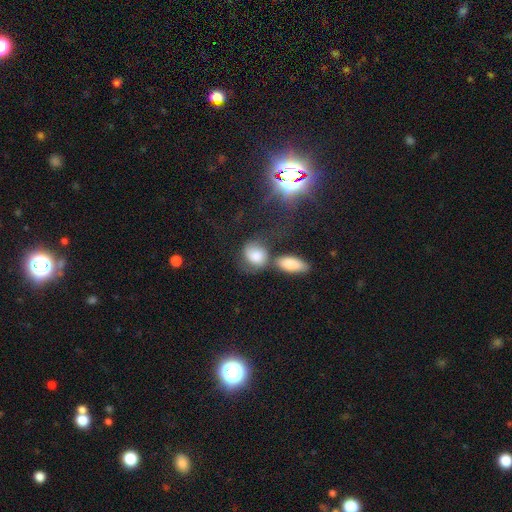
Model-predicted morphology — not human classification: A smooth galaxy with no disk features (70%) that is in between round and cigar-shaped (49%, tied with round).

Vote fractions:
- Smooth or featured? smooth: 70% / featured or disk: 18% / star or artifact: 12%
- How rounded? in between: 49% (tied) / round: 49% (tied) / cigar-shaped: 2%
- Merging? none: 40% / merger: 30% / minor disturbance: 19% / major disturbance: 11%